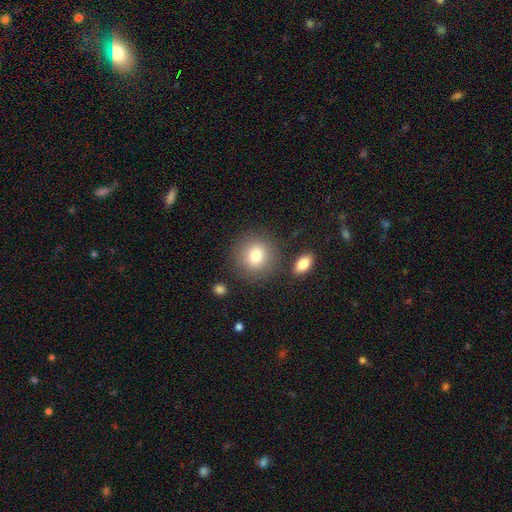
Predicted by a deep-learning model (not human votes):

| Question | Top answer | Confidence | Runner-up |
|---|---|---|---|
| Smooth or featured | smooth | 79% | featured or disk (11%) |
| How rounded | round | 90% | in between (9%) |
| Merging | none | 82% | minor disturbance (9%) |